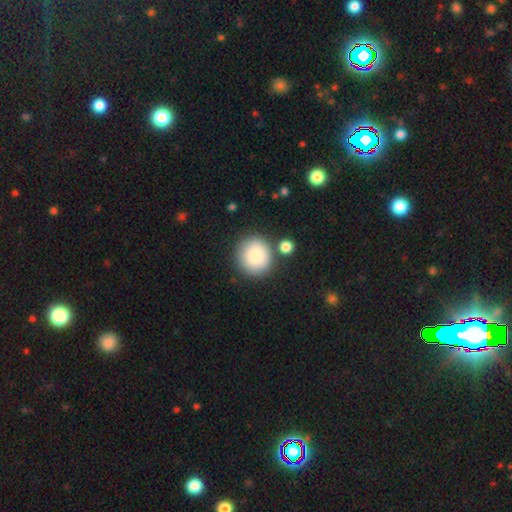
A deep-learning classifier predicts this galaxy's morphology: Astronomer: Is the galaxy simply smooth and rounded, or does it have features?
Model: smooth — 85%.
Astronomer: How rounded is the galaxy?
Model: round — 92%.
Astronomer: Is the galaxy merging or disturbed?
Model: none — 78%.